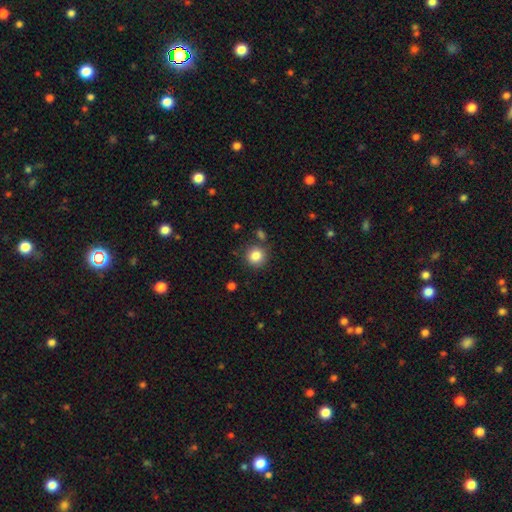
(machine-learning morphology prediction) Q: Smooth or featured?
A: smooth (85%); runner-up: star or artifact (10%)
Q: How rounded?
A: round (92%); runner-up: in between (7%)
Q: Merging?
A: none (82%); runner-up: minor disturbance (10%)